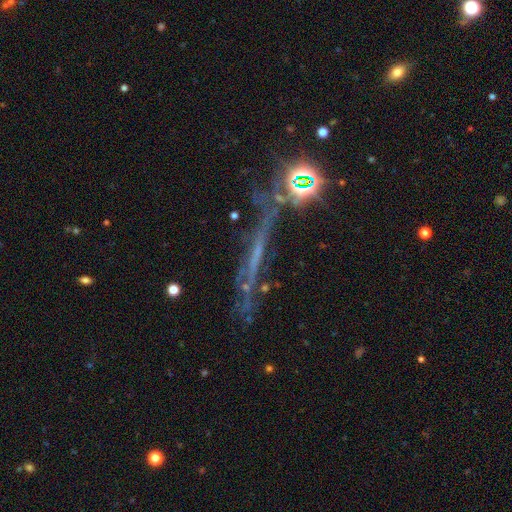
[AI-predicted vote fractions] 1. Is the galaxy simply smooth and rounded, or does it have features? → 53% featured or disk, 25% star or artifact, 22% smooth.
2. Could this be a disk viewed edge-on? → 78% yes, 22% no.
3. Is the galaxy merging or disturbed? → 61% none, 19% minor disturbance, 13% major disturbance, 7% merger.